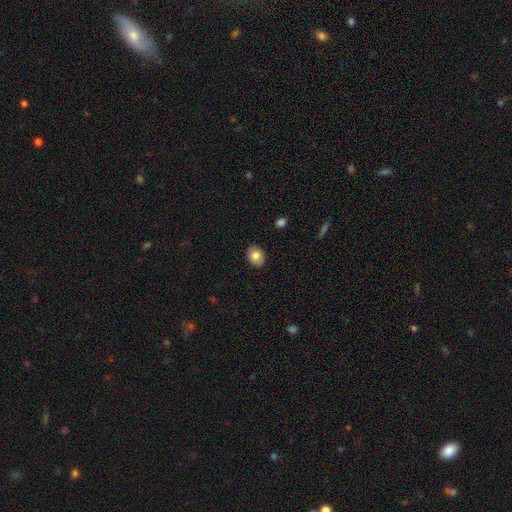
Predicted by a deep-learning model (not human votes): Smooth or featured?
  - smooth: 80% *
  - featured or disk: 12%
  - star or artifact: 8%
How rounded?
  - in between: 59% *
  - round: 40%
  - cigar-shaped: 1%
Merging?
  - none: 89% *
  - minor disturbance: 8%
  - major disturbance: 2%
  - merger: 1%